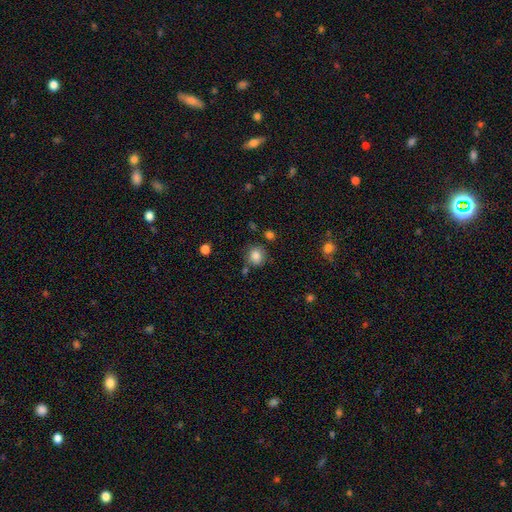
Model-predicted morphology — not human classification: Q: Smooth or featured?
A: smooth (84%); runner-up: star or artifact (10%)
Q: How rounded?
A: round (86%); runner-up: in between (13%)
Q: Merging?
A: none (78%); runner-up: minor disturbance (12%)